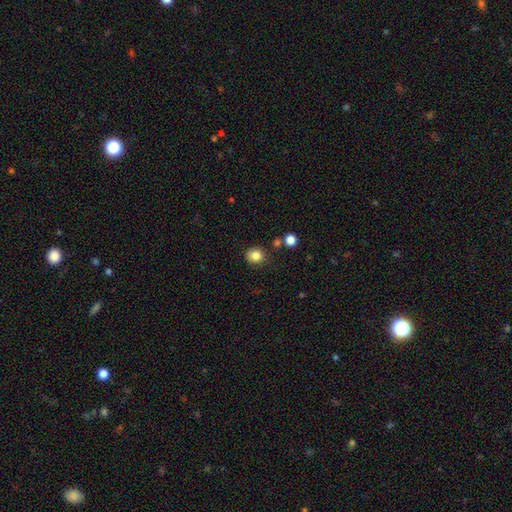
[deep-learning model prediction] A smooth galaxy with no disk features (84%) that is round (85%).

Vote fractions:
- Smooth or featured? smooth: 84% / star or artifact: 11% / featured or disk: 5%
- How rounded? round: 85% / in between: 15% / cigar-shaped: 1%
- Merging? none: 83% / minor disturbance: 10% / merger: 4% / major disturbance: 3%